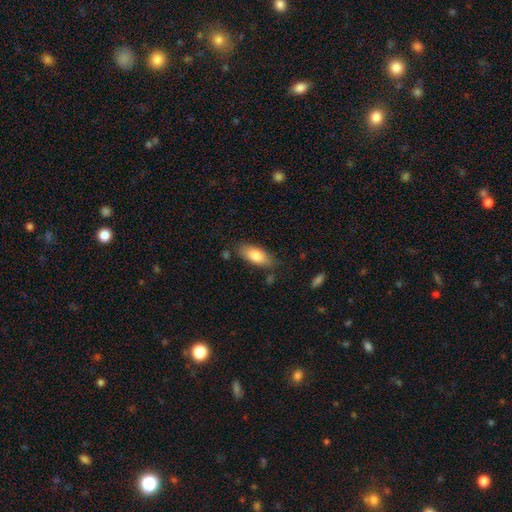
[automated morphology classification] Smooth or featured?
  - smooth: 79% *
  - featured or disk: 15%
  - star or artifact: 6%
How rounded?
  - in between: 84% *
  - cigar-shaped: 14%
  - round: 2%
Merging?
  - none: 77% *
  - minor disturbance: 16%
  - major disturbance: 3%
  - merger: 3%